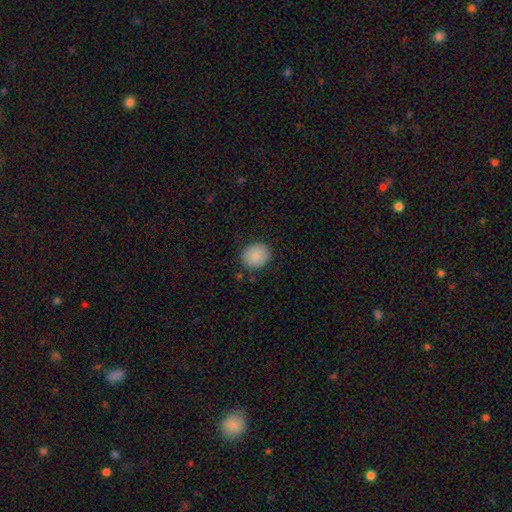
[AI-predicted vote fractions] A smooth galaxy with no disk features (86%) that is round (76%).

Vote fractions:
- Smooth or featured? smooth: 86% / star or artifact: 8% / featured or disk: 5%
- How rounded? round: 76% / in between: 23% / cigar-shaped: 1%
- Merging? none: 86% / minor disturbance: 10% / major disturbance: 3% / merger: 1%